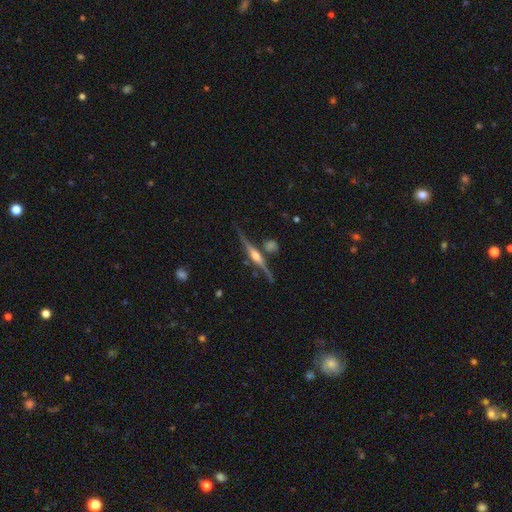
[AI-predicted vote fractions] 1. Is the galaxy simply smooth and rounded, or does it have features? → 83% featured or disk, 11% smooth, 6% star or artifact.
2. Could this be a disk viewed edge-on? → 97% yes, 3% no.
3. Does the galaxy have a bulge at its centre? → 86% rounded, 9% boxy, 5% none.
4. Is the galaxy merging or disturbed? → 77% none, 13% minor disturbance, 7% merger, 3% major disturbance.